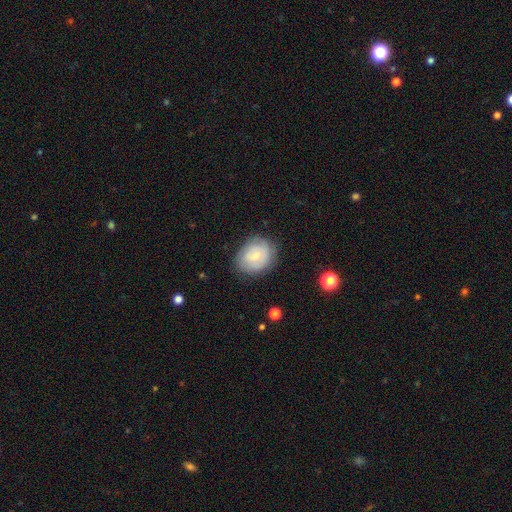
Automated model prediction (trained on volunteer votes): smooth-or-featured: smooth: 57% | featured or disk: 35% | star or artifact: 8%
  how-rounded: round: 52% | in between: 47% | cigar-shaped: 1%
  merging: none: 75% | minor disturbance: 19% | major disturbance: 6% | merger: 1%